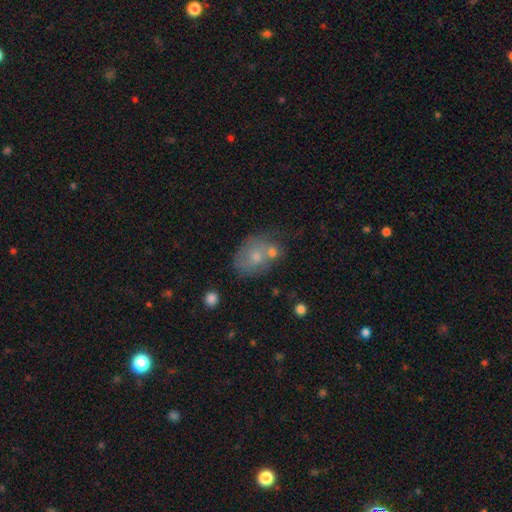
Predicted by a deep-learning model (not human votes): Smooth or featured: smooth — 63% (featured or disk — 27%)
How rounded: in between — 63% (round — 36%)
Merging: none — 42% (merger — 32%)